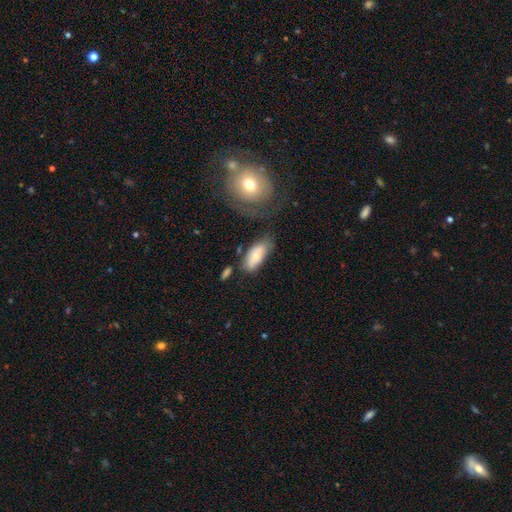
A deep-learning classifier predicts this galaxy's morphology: A smooth galaxy with no disk features (74%) that is in between round and cigar-shaped (86%). Merging: none (49%).